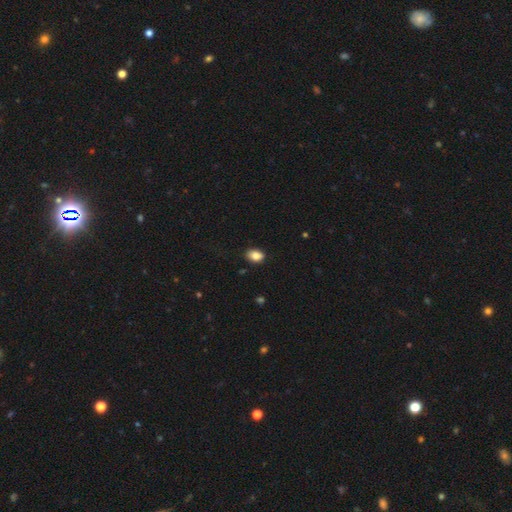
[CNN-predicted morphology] Smooth or featured? Predicted: smooth (p=0.85). How rounded? Predicted: in between (p=0.77). Merging? Predicted: none (p=0.86).